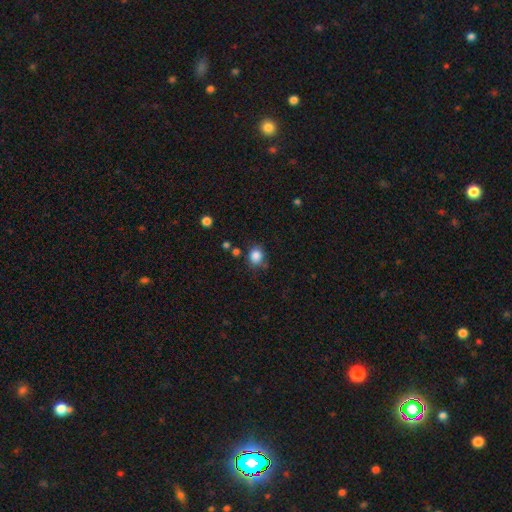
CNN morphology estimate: Smooth or featured: smooth — 85% (star or artifact — 11%)
How rounded: round — 70% (in between — 29%)
Merging: none — 75% (minor disturbance — 15%)